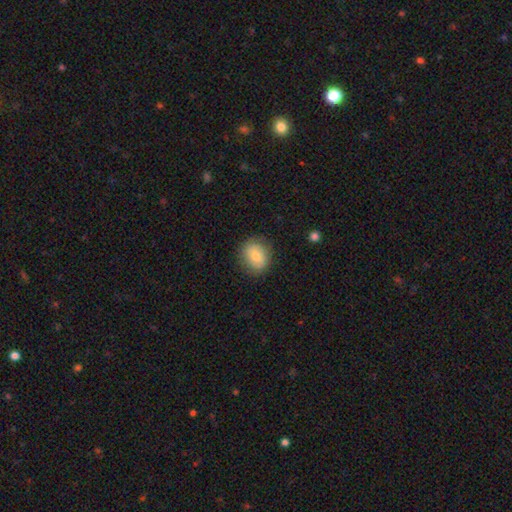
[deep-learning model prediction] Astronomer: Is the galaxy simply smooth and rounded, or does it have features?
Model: smooth — 78%.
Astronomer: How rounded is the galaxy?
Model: round — 67%.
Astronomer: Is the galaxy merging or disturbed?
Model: none — 84%.